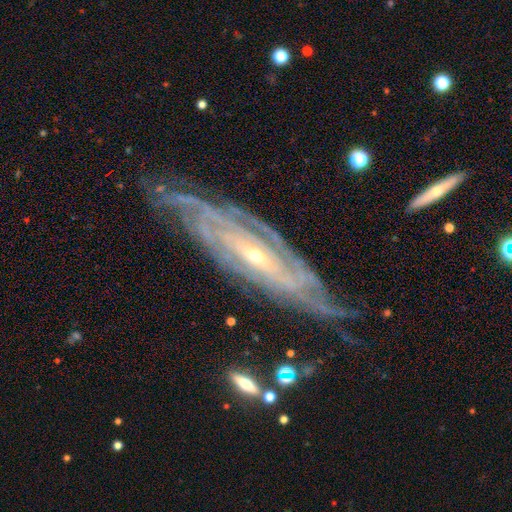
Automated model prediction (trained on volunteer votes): A featured or disk galaxy (89%) with no bar (38%), tight (74%) spiral arms (97%) and a small central bulge (71%).

Vote fractions:
- Smooth or featured? featured or disk: 89% / star or artifact: 6% / smooth: 5%
- Edge-on disk? no: 82% / yes: 18%
- Bar? no: 38% / weak: 35% / strong: 26%
- Spiral arms? yes: 97% / no: 3%
- Spiral winding? tight: 74% / medium: 22% / loose: 4%
- Spiral arm count? can't tell: 32% / 4: 19% / 2: 16% / 3: 16% / more than 4: 10% / 1: 7%
- Bulge size? small: 71% / moderate: 26% / none: 1% / large: 1% / dominant: 1%
- Merging? none: 75% / minor disturbance: 17% / major disturbance: 5% / merger: 2%